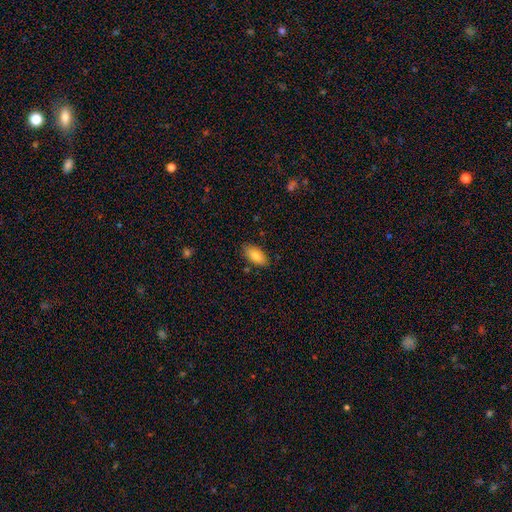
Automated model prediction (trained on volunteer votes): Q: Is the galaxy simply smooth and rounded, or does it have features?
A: smooth — 85%.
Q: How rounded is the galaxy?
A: in between — 91%.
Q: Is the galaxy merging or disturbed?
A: none — 84%.